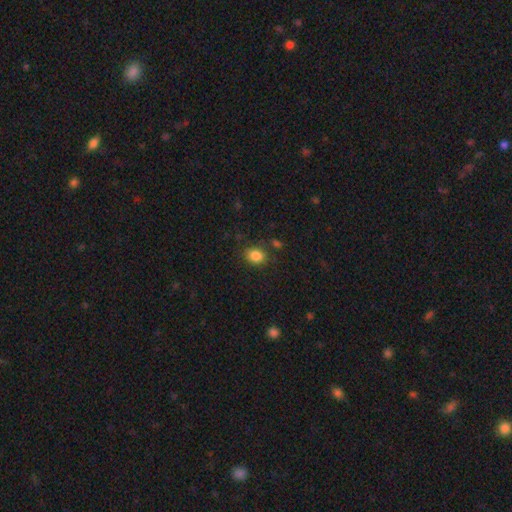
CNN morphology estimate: smooth_or_featured: smooth (p=0.84) [alt: star or artifact p=0.11]
how_rounded: round (p=0.52) [alt: in between p=0.47]
merging: none (p=0.80) [alt: minor disturbance p=0.12]